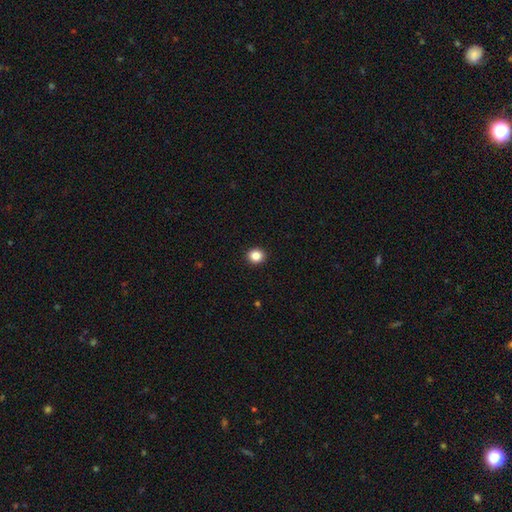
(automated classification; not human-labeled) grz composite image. It shows a smooth galaxy with no disk features (85%) that is round (86%). Merging: none (93%).